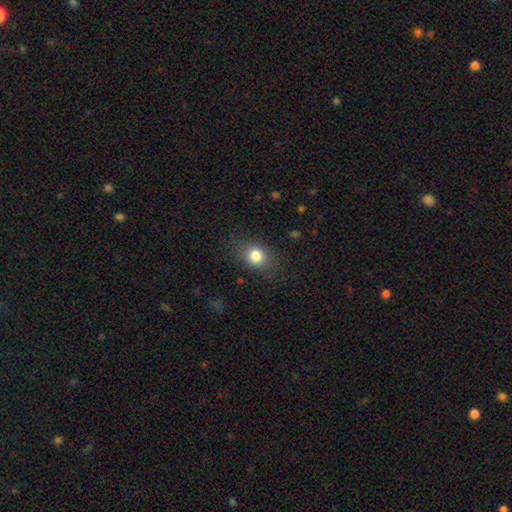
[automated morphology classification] Smooth or featured? Predicted: smooth (p=0.81). How rounded? Predicted: round (p=0.49, tied with in between). Merging? Predicted: none (p=0.80).